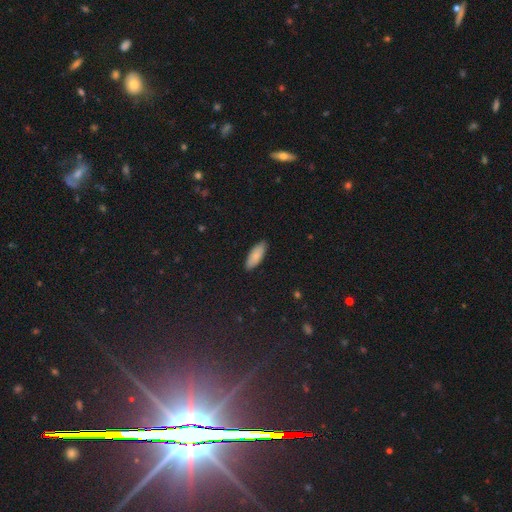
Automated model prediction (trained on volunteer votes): Morphology: type=smooth (82%); roundness=in between (73%); merging=none (87%).